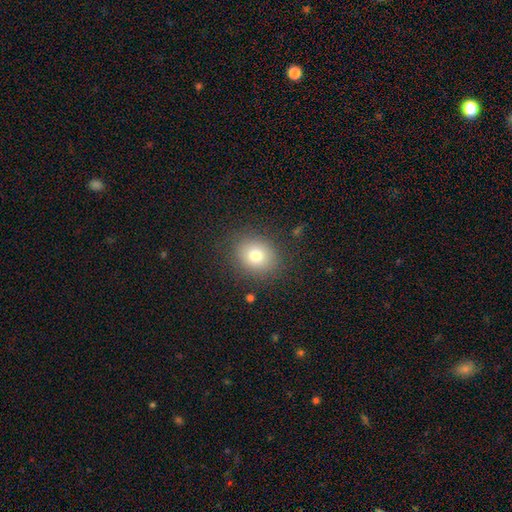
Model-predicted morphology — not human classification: A smooth galaxy with no disk features (77%) that is round (68%). Merging: none (85%).